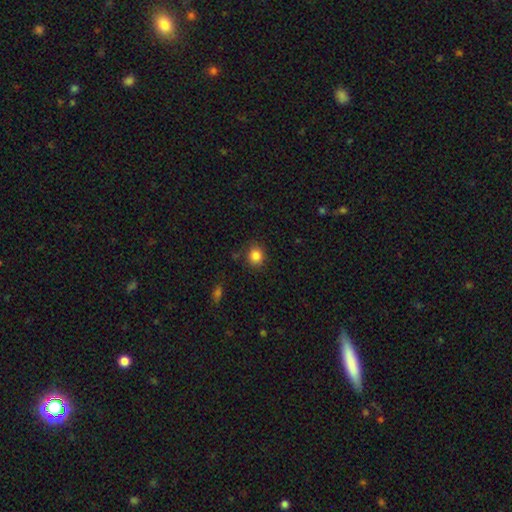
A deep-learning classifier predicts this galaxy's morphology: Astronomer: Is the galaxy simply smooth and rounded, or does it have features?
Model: smooth — 86%.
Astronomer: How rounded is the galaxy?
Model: round — 76%.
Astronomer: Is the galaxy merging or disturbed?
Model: none — 84%.